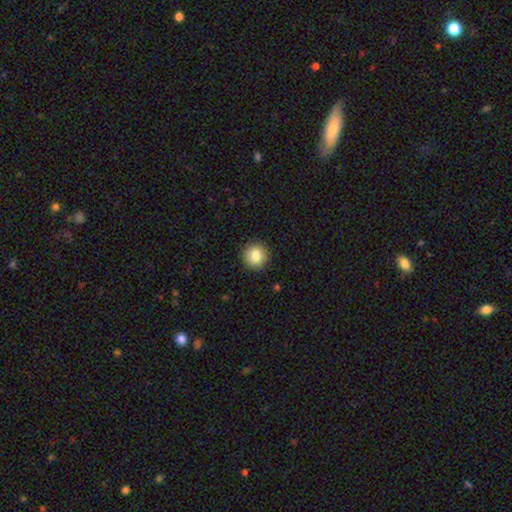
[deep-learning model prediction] Smooth or featured?
  - smooth: 83% *
  - star or artifact: 9%
  - featured or disk: 8%
How rounded?
  - round: 90% *
  - in between: 9%
  - cigar-shaped: 1%
Merging?
  - none: 91% *
  - minor disturbance: 6%
  - major disturbance: 2%
  - merger: 1%